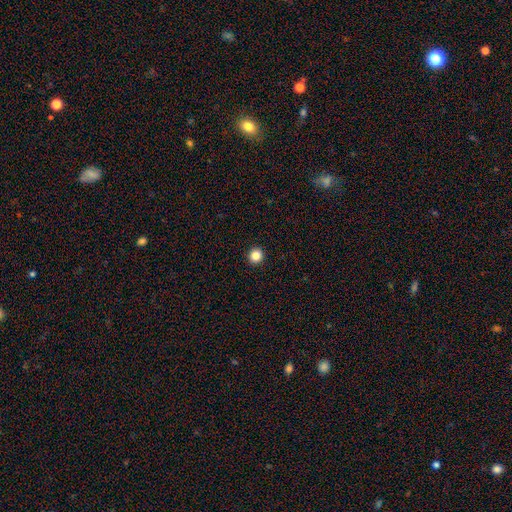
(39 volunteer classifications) A smooth galaxy with no disk features (87%) that is round (100%). Merging: none (97%).